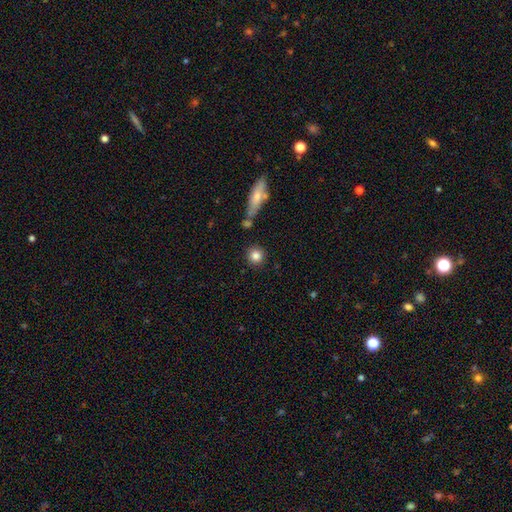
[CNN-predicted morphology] type=smooth (83%); roundness=round (90%); merging=none (82%).